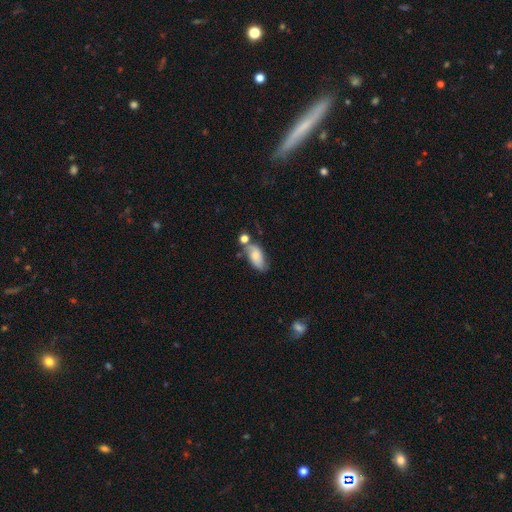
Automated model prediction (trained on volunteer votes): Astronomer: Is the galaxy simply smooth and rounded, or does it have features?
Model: smooth — 59%.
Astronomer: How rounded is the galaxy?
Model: in between — 87%.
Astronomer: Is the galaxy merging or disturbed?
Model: none — 47% (runner-up: minor disturbance, 23%).